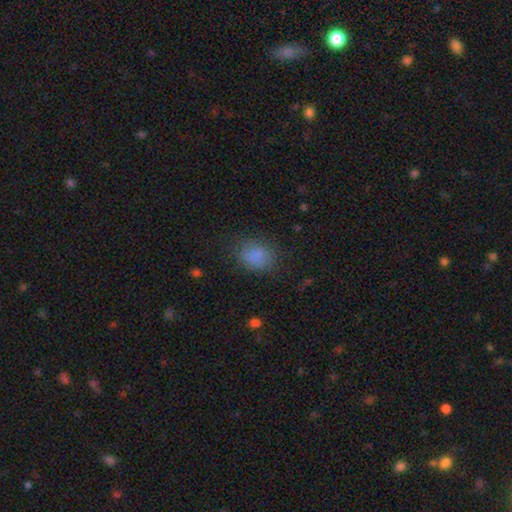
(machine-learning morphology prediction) A smooth galaxy with no disk features (80%) that is round (52%). Merging: none (75%).